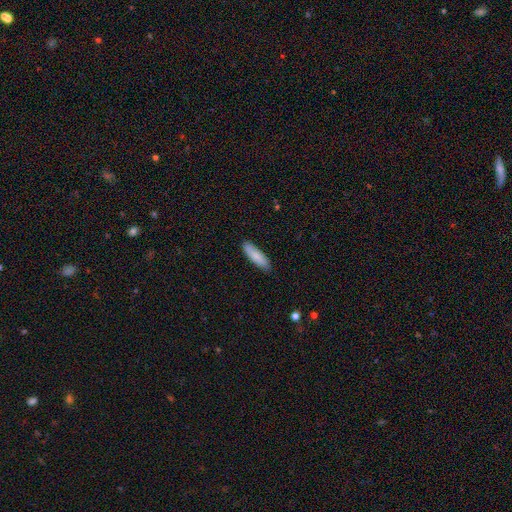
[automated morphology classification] smooth_or_featured: smooth (p=0.85) [alt: featured or disk p=0.09]
how_rounded: cigar-shaped (p=0.60) [alt: in between p=0.39]
merging: none (p=0.87) [alt: minor disturbance p=0.10]